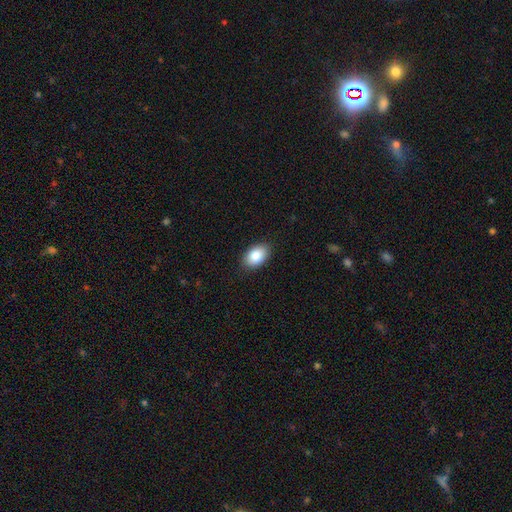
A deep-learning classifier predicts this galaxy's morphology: Smooth or featured: smooth — 87% (star or artifact — 7%)
How rounded: in between — 90% (round — 9%)
Merging: none — 88% (minor disturbance — 9%)